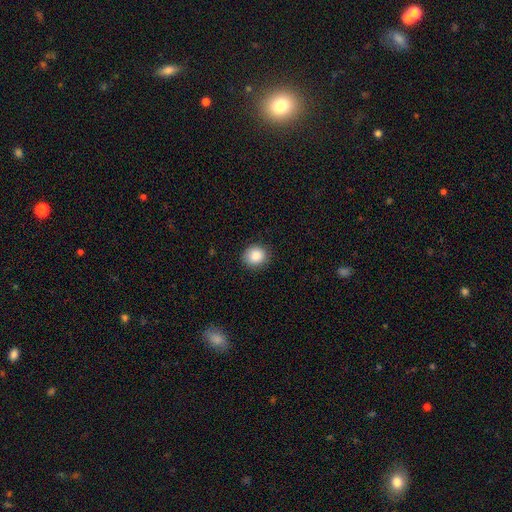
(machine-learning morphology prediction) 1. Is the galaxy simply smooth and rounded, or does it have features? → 86% smooth, 9% star or artifact, 5% featured or disk.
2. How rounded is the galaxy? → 83% round, 17% in between, 1% cigar-shaped.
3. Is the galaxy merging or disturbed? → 87% none, 9% minor disturbance, 2% major disturbance, 1% merger.